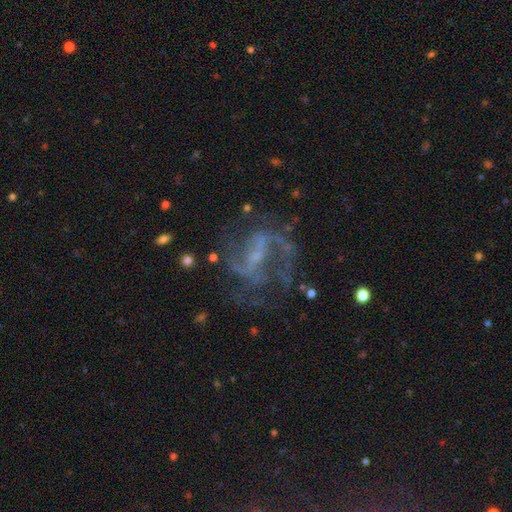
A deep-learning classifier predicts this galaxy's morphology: The model was most divided on "spiral winding": medium: 47%, loose: 36%, tight: 17%. Remaining: edge-on disk — no (97%); spiral arms — yes (86%); smooth or featured — featured or disk (81%); spiral arm count — 2 (59%); merging — none (58%); bulge size — small (57%); bar — weak (45%).